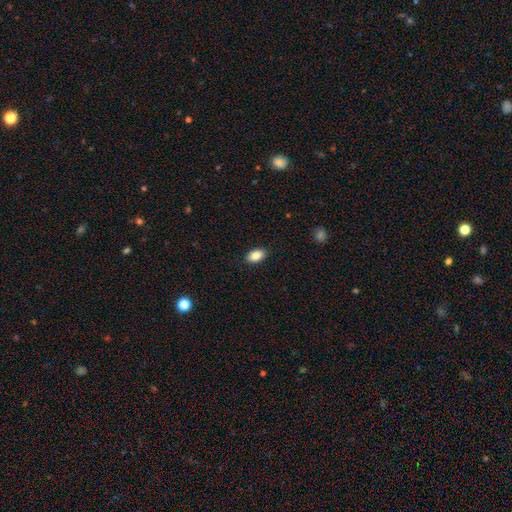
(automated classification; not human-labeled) Smooth or featured? Predicted: smooth (p=0.84). How rounded? Predicted: in between (p=0.92). Merging? Predicted: none (p=0.89).